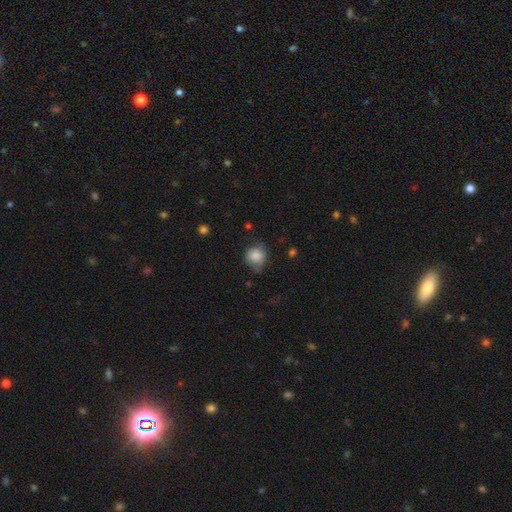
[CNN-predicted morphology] smooth-or-featured: smooth: 85% | star or artifact: 9% | featured or disk: 7%
  how-rounded: round: 85% | in between: 14% | cigar-shaped: 1%
  merging: none: 64% | minor disturbance: 26% | major disturbance: 7% | merger: 2%